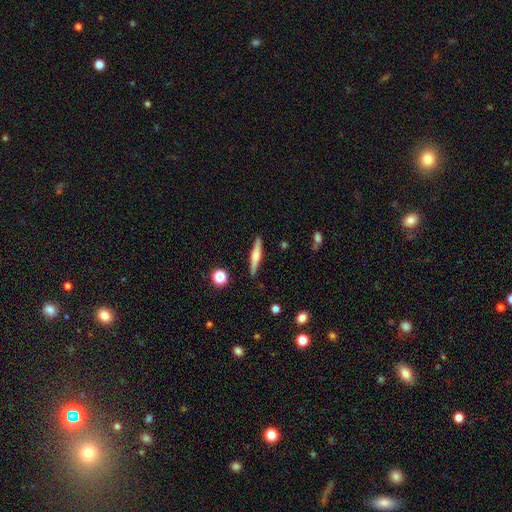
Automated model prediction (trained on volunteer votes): Smooth or featured? Predicted: featured or disk (p=0.55). Edge-on disk? Predicted: yes (p=0.97). Edge-on bulge? Predicted: rounded (p=0.74). Merging? Predicted: none (p=0.90).